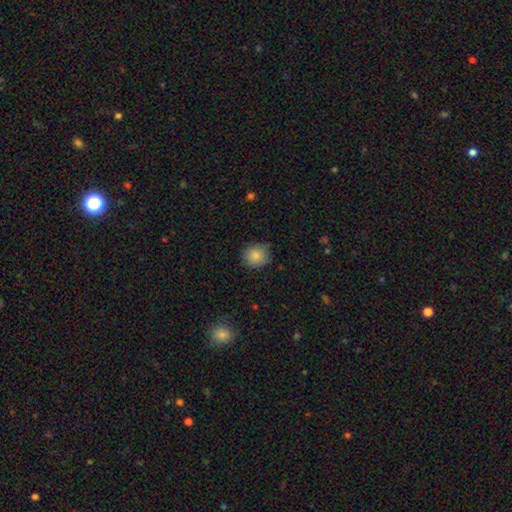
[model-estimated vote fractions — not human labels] Smooth or featured?
  - smooth: 86% *
  - star or artifact: 9%
  - featured or disk: 5%
How rounded?
  - round: 89% *
  - in between: 10%
  - cigar-shaped: 1%
Merging?
  - none: 80% *
  - minor disturbance: 16%
  - major disturbance: 3%
  - merger: 1%